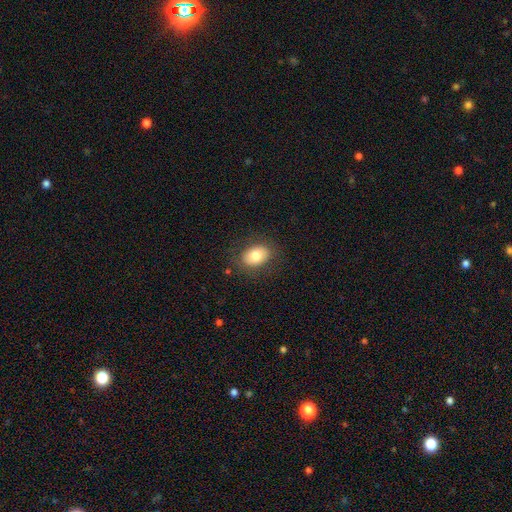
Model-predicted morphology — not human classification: Smooth or featured? smooth (78%)
How rounded? in between (73%)
Merging? none (84%)